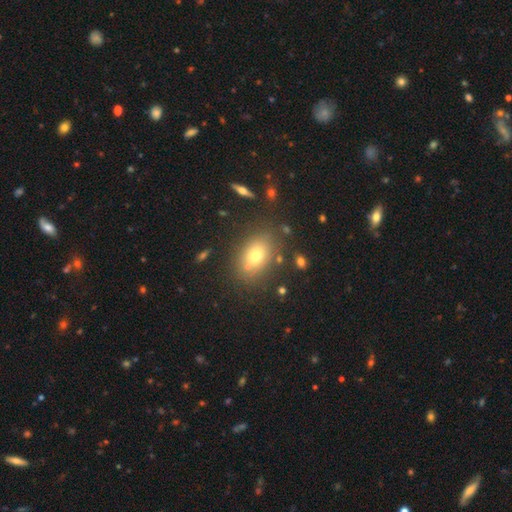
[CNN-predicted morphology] This appears to be a smooth galaxy with no disk features (69%) that is in between round and cigar-shaped (73%). Merging: none (77%).